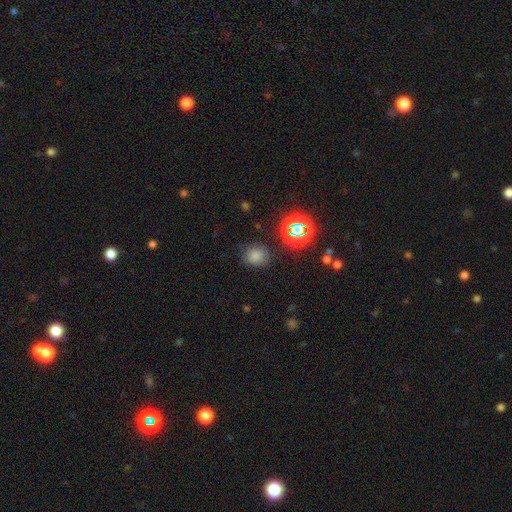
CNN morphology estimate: A smooth galaxy with no disk features (71%) that is round (74%). Merging: none (78%).